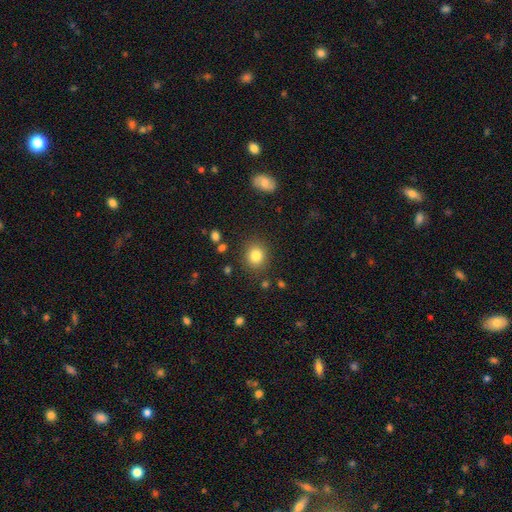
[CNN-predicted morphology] Smooth or featured? smooth (83%)
How rounded? round (85%)
Merging? none (87%)